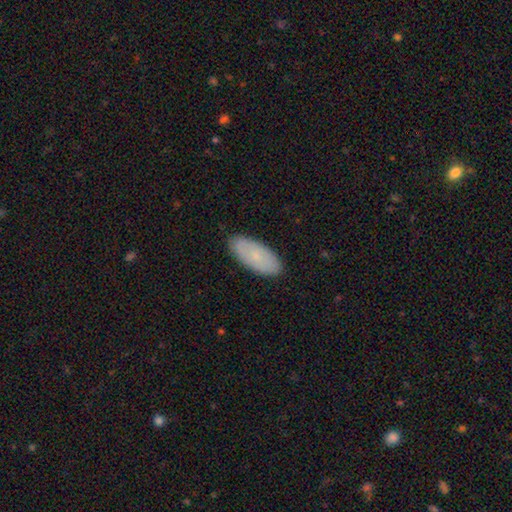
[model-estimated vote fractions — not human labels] The model was most divided on "smooth or featured": smooth: 75%, featured or disk: 19%, star or artifact: 6%. More confident: how rounded — in between (88%); merging — none (87%).